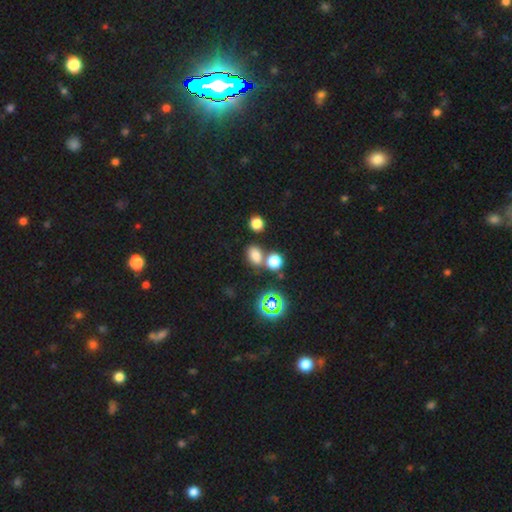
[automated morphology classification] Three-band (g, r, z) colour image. It shows a smooth galaxy with no disk features (73%) that is in between round and cigar-shaped (64%). Merging: none (58%).